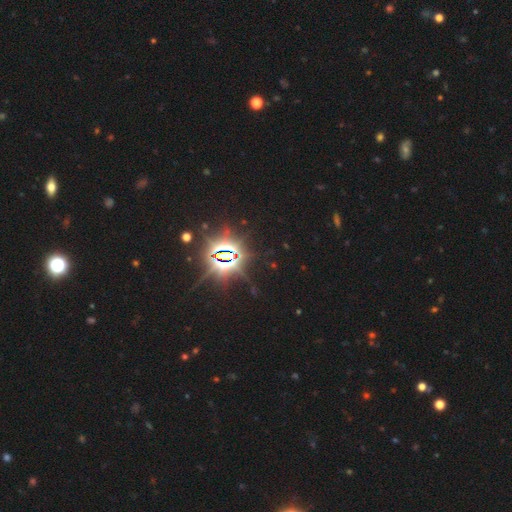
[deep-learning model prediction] This is clearly a star or artifact rather than a galaxy (87%).